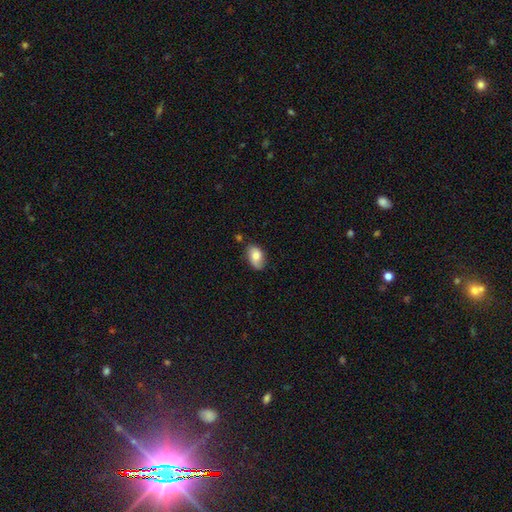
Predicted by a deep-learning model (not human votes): Smooth or featured: smooth — 77% (featured or disk — 16%)
How rounded: in between — 89% (round — 9%)
Merging: none — 69% (minor disturbance — 23%)